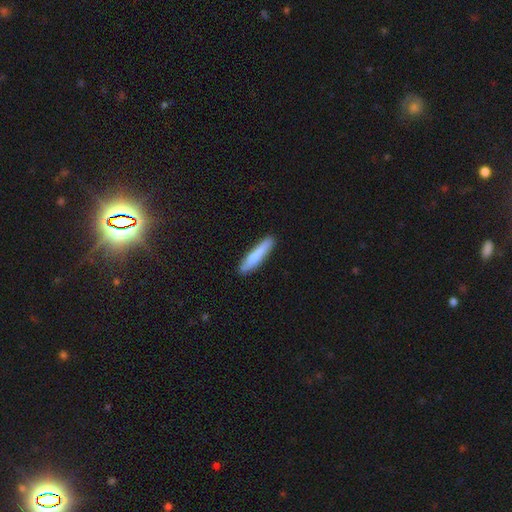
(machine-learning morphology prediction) smooth-or-featured: smooth: 69% | featured or disk: 25% | star or artifact: 6%
  how-rounded: cigar-shaped: 90% | in between: 8% | round: 1%
  merging: none: 85% | minor disturbance: 11% | major disturbance: 2% | merger: 1%